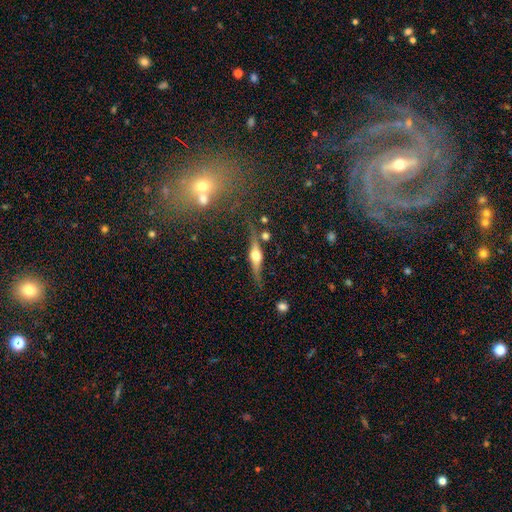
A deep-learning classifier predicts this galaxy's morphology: Smooth or featured? Predicted: featured or disk (p=0.76). Edge-on disk? Predicted: yes (p=0.94). Edge-on bulge? Predicted: rounded (p=0.93). Merging? Predicted: none (p=0.75).